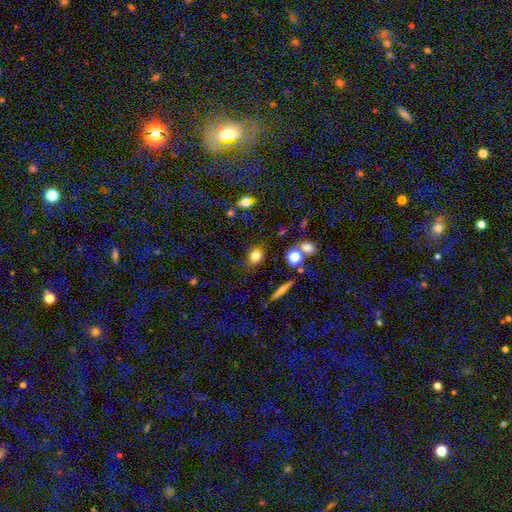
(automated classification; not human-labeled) smooth 79%, star or artifact 13%, featured or disk 8%. Down the decision tree: how rounded — round (52%); merging — none (78%).